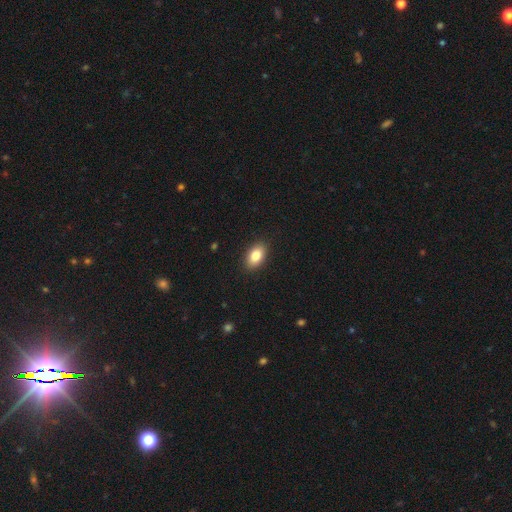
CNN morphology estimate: smooth 83%, featured or disk 9%, star or artifact 8%. Down the decision tree: how rounded — in between (90%); merging — none (89%).